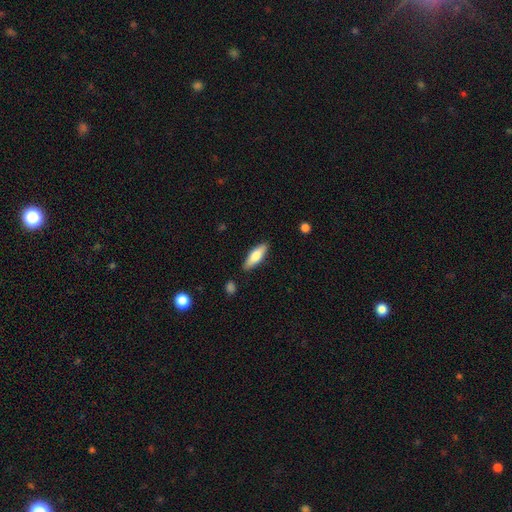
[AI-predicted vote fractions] smooth_or_featured: smooth (p=0.71) [alt: featured or disk p=0.23]
how_rounded: in between (p=0.54) [alt: cigar-shaped p=0.44]
merging: none (p=0.86) [alt: minor disturbance p=0.10]